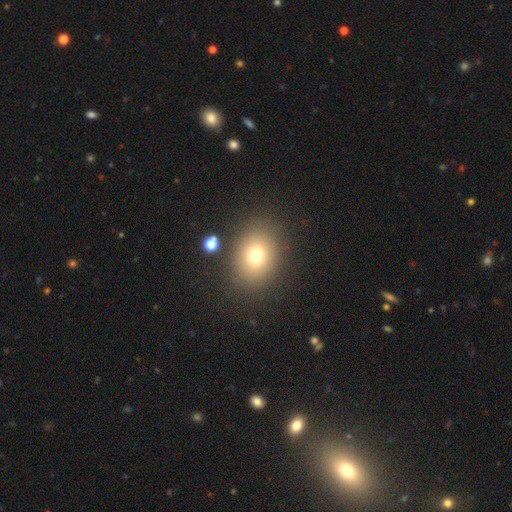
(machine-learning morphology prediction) Overall: smooth (74%). How rounded: in between (55%; round 44%). Merging: none (85%).